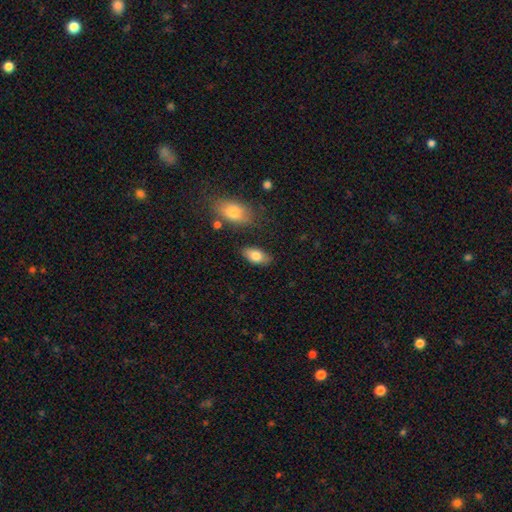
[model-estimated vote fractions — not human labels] smooth-or-featured: smooth: 80% | featured or disk: 13% | star or artifact: 7%
  how-rounded: in between: 92% | round: 4% | cigar-shaped: 4%
  merging: none: 82% | minor disturbance: 12% | merger: 3% | major disturbance: 3%